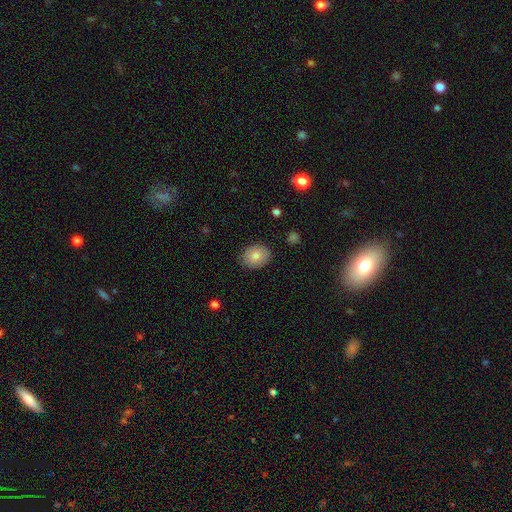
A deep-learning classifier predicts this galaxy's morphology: Q: Smooth or featured?
A: smooth (81%); runner-up: featured or disk (12%)
Q: How rounded?
A: in between (55%); runner-up: round (44%)
Q: Merging?
A: none (85%); runner-up: minor disturbance (11%)